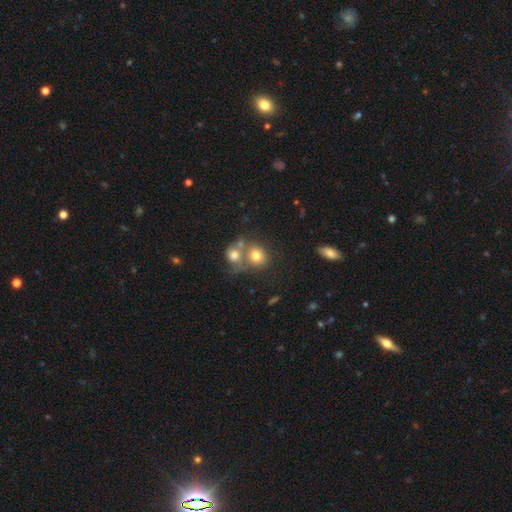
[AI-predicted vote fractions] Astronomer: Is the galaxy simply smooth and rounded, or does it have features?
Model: smooth — 74%.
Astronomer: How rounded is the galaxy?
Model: round — 70%.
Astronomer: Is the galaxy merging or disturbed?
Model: merger — 47% (runner-up: none, 39%).